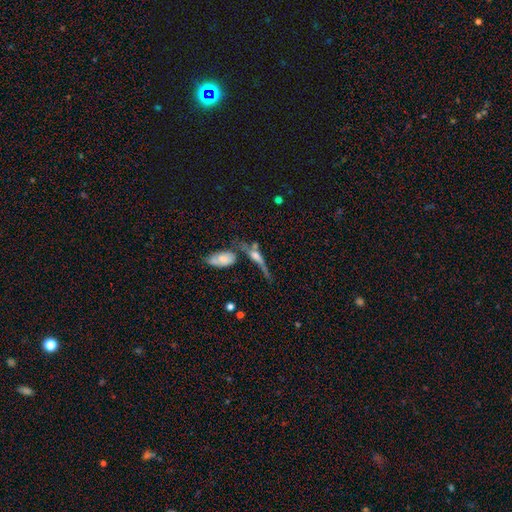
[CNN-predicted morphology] This appears to be a featured or disk galaxy (54%) viewed edge-on (69%). Merging: none (33%).